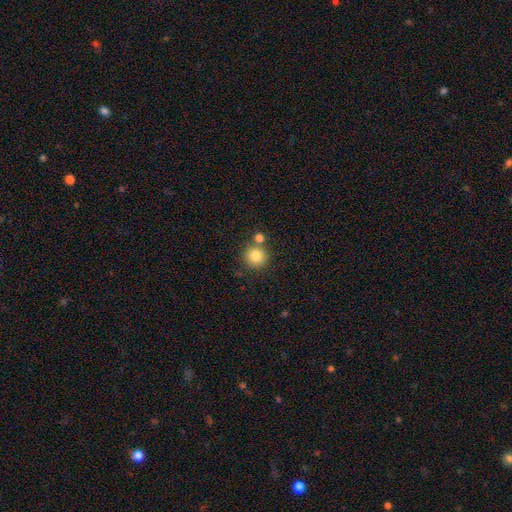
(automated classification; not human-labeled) Smooth or featured? smooth (83%)
How rounded? round (94%)
Merging? none (74%)